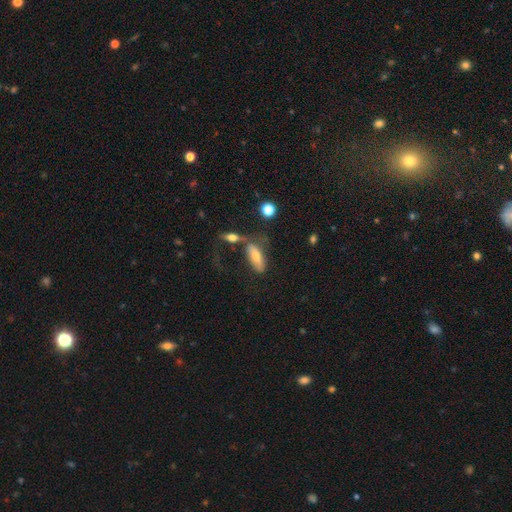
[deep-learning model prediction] Smooth or featured: smooth — 62% (featured or disk — 29%)
How rounded: in between — 65% (cigar-shaped — 33%)
Merging: none — 40% (merger — 25%)